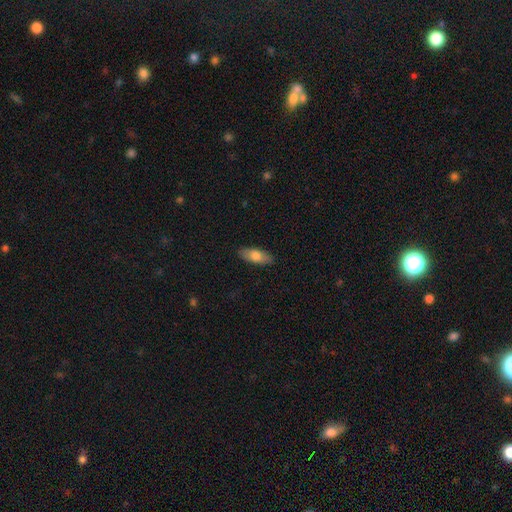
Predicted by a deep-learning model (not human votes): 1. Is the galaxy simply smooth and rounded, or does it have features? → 75% smooth, 19% featured or disk, 6% star or artifact.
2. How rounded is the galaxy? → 78% in between, 20% cigar-shaped, 3% round.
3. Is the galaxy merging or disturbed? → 88% none, 9% minor disturbance, 2% major disturbance, 1% merger.